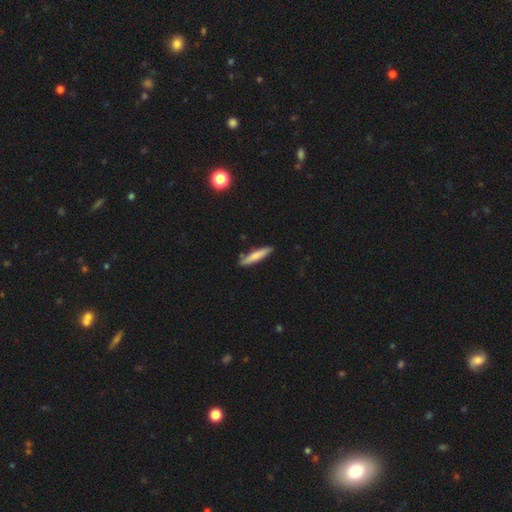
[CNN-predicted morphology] A smooth galaxy with no disk features (73%) that is cigar-shaped (89%).

Vote fractions:
- Smooth or featured? smooth: 73% / featured or disk: 21% / star or artifact: 5%
- How rounded? cigar-shaped: 89% / in between: 10% / round: 1%
- Merging? none: 85% / minor disturbance: 11% / merger: 3% / major disturbance: 2%